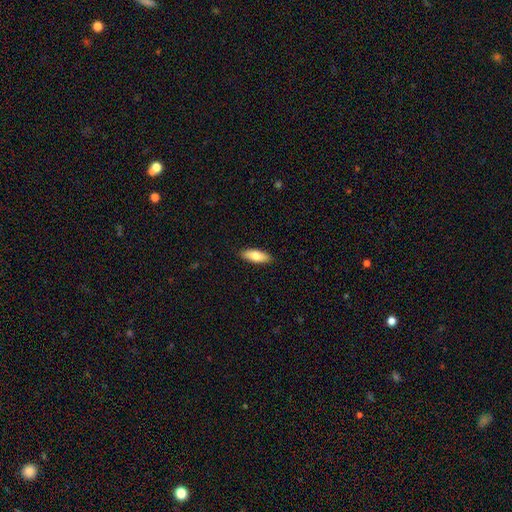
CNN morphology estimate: Smooth or featured: smooth — 78% (featured or disk — 17%)
How rounded: in between — 68% (cigar-shaped — 30%)
Merging: none — 89% (minor disturbance — 8%)